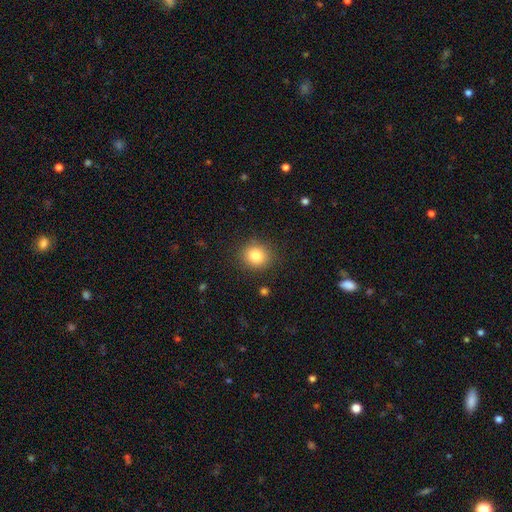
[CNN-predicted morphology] Overall: smooth (82%). How rounded: round (81%). Merging: none (88%).